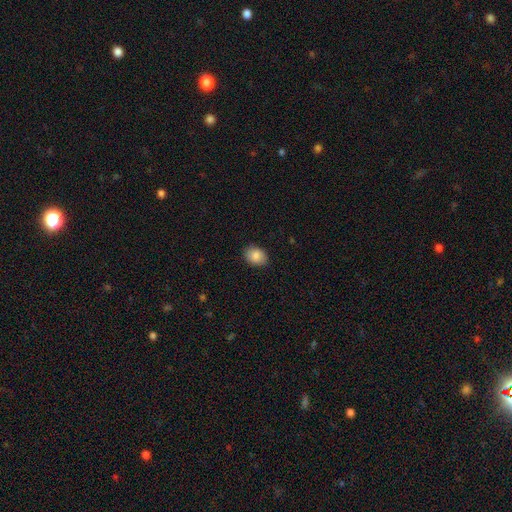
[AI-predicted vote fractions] smooth-or-featured: smooth: 87% | star or artifact: 7% | featured or disk: 6%
  how-rounded: in between: 70% | round: 29% | cigar-shaped: 1%
  merging: none: 87% | minor disturbance: 10% | major disturbance: 2% | merger: 1%